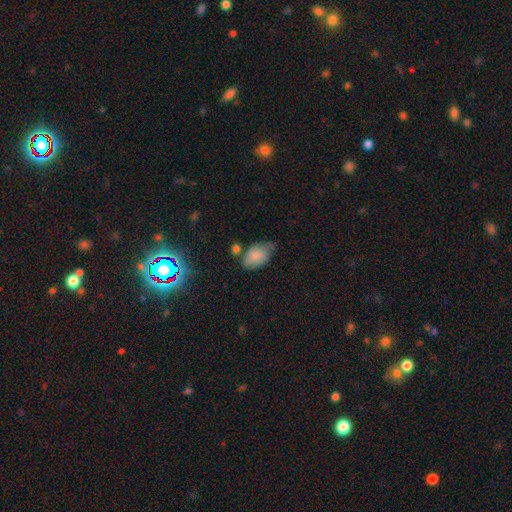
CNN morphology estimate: Q: Smooth or featured?
A: smooth (77%); runner-up: featured or disk (15%)
Q: How rounded?
A: in between (89%); runner-up: round (10%)
Q: Merging?
A: minor disturbance (39%); runner-up: none (37%)